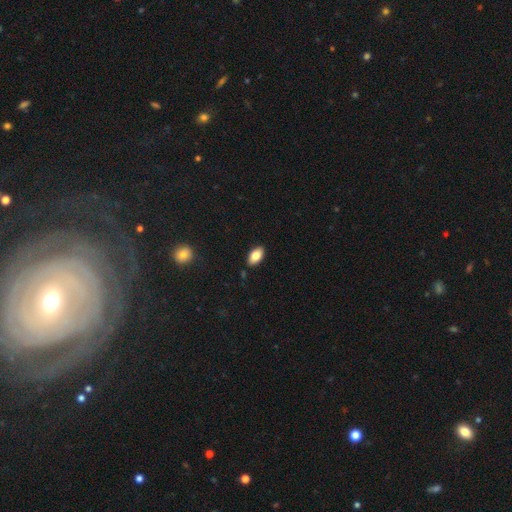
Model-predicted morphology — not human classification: Smooth or featured?
  - smooth: 82% *
  - featured or disk: 11%
  - star or artifact: 7%
How rounded?
  - in between: 93% *
  - round: 4%
  - cigar-shaped: 3%
Merging?
  - none: 88% *
  - minor disturbance: 9%
  - major disturbance: 2%
  - merger: 1%